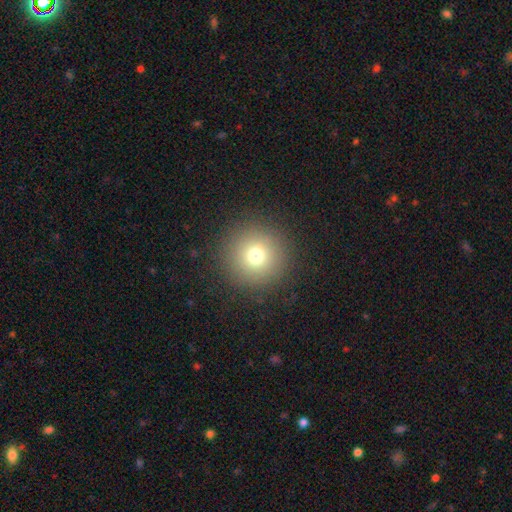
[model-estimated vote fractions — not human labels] smooth 73%, star or artifact 17%, featured or disk 10%. Down the decision tree: how rounded — round (97%); merging — none (91%).